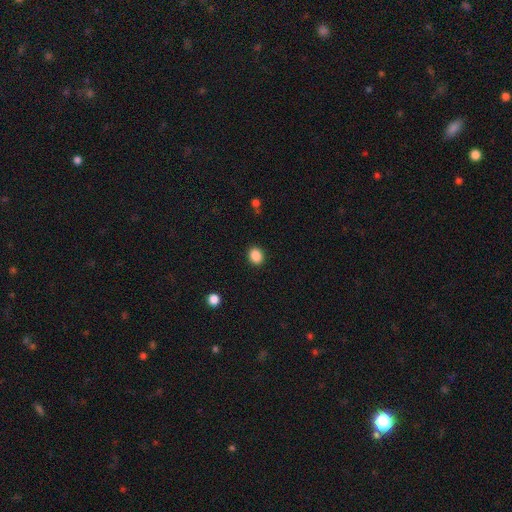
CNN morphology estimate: A smooth galaxy with no disk features (88%) that is round (57%).

Vote fractions:
- Smooth or featured? smooth: 88% / star or artifact: 9% / featured or disk: 3%
- How rounded? round: 57% / in between: 42% / cigar-shaped: 1%
- Merging? none: 91% / minor disturbance: 6% / major disturbance: 2% / merger: 1%